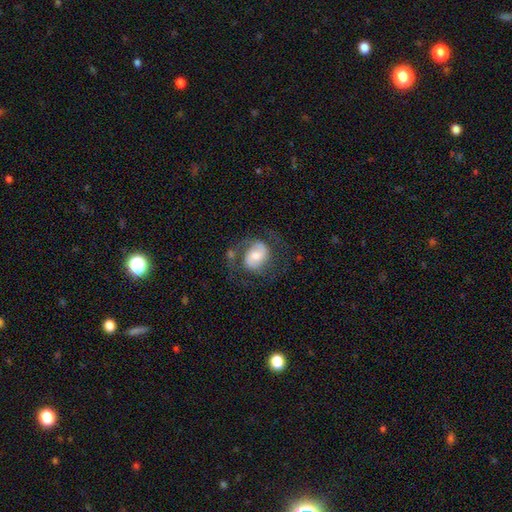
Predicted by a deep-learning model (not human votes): Smooth or featured?
  - featured or disk: 66% *
  - smooth: 27%
  - star or artifact: 7%
Edge-on disk?
  - no: 97% *
  - yes: 3%
Bar?
  - no: 45% *
  - weak: 41%
  - strong: 13%
Spiral arms?
  - yes: 87% *
  - no: 13%
Spiral winding?
  - medium: 48% *
  - loose: 29%
  - tight: 23%
Spiral arm count?
  - 2: 78% *
  - can't tell: 9%
  - 1: 7%
  - 3: 3%
  - 4: 1%
  - more than 4: 1%
Bulge size?
  - moderate: 52% *
  - small: 30%
  - large: 13%
  - none: 3%
  - dominant: 2%
Merging?
  - none: 52% *
  - major disturbance: 22%
  - minor disturbance: 21%
  - merger: 6%